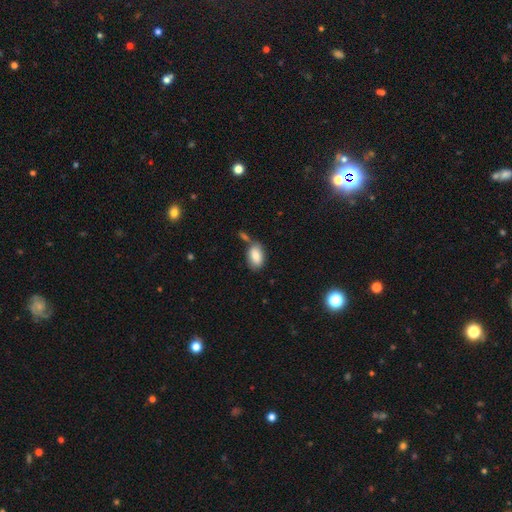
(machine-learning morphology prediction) Smooth or featured? Predicted: smooth (p=0.83). How rounded? Predicted: in between (p=0.91). Merging? Predicted: none (p=0.62).